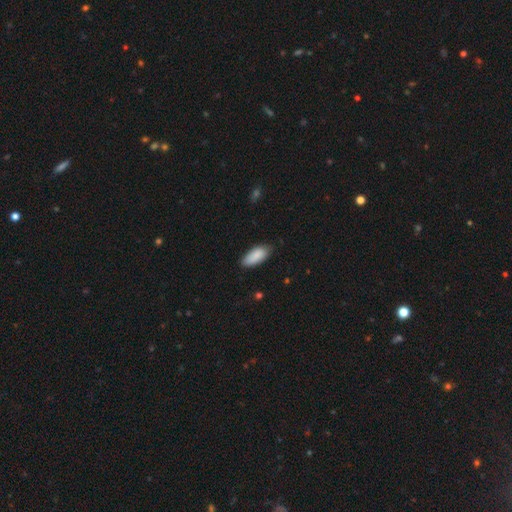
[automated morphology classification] smooth 89%, star or artifact 6%, featured or disk 6%. Down the decision tree: how rounded — in between (87%); merging — none (77%).